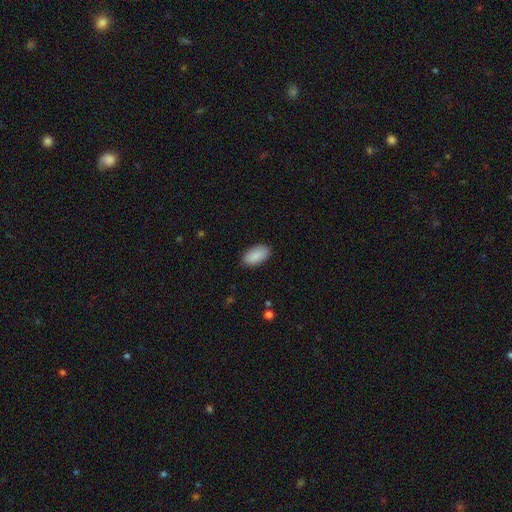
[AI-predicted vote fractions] This appears to be a smooth galaxy with no disk features (90%) that is in between round and cigar-shaped (94%). Merging: none (88%).